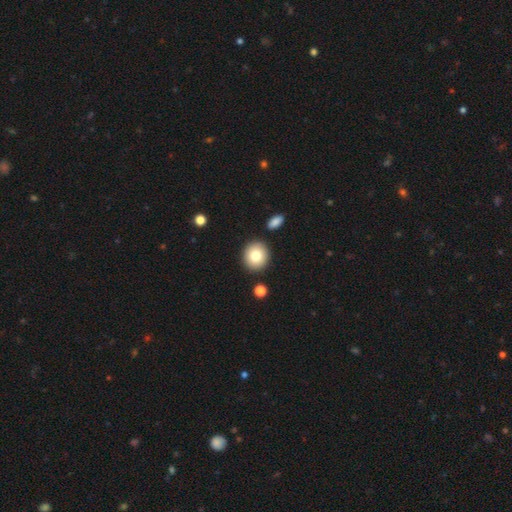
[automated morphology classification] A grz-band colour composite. It shows a smooth galaxy with no disk features (80%) that is round (83%). Merging: none (86%).